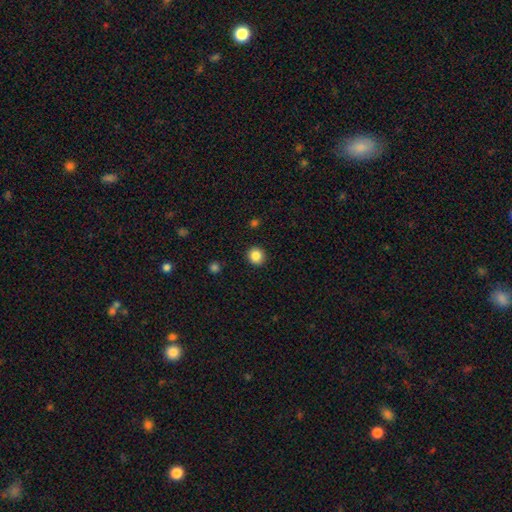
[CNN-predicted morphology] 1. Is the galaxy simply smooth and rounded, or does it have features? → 86% smooth, 10% star or artifact, 4% featured or disk.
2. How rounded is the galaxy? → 91% round, 9% in between, 1% cigar-shaped.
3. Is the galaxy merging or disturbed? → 92% none, 5% minor disturbance, 2% major disturbance, 1% merger.